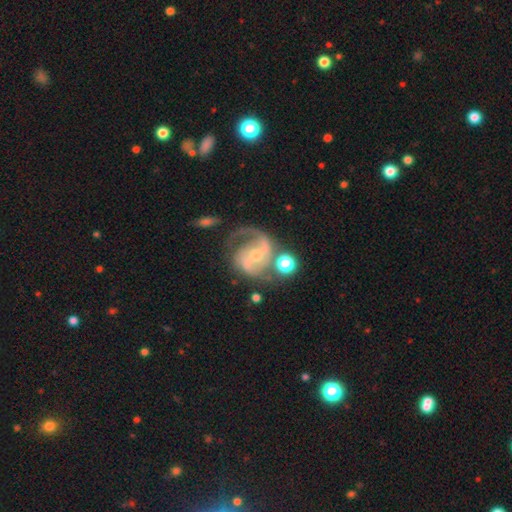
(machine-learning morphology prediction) Smooth or featured? Predicted: featured or disk (p=0.88). Edge-on disk? Predicted: no (p=0.98). Bar? Predicted: weak (p=0.41). Spiral arms? Predicted: yes (p=0.96). Spiral winding? Predicted: medium (p=0.54). Spiral arm count? Predicted: 2 (p=0.77). Bulge size? Predicted: small (p=0.55). Merging? Predicted: none (p=0.53).